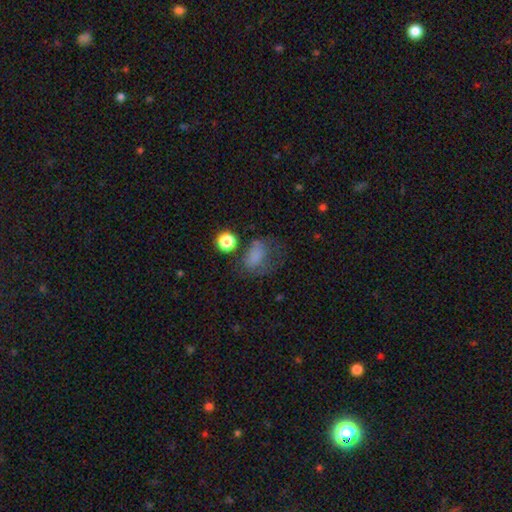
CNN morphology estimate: A smooth galaxy with no disk features (69%) that is in between round and cigar-shaped (70%).

Vote fractions:
- Smooth or featured? smooth: 69% / star or artifact: 16% / featured or disk: 15%
- How rounded? in between: 70% / round: 28% / cigar-shaped: 2%
- Merging? major disturbance: 35% / none: 34% / minor disturbance: 25% / merger: 6%